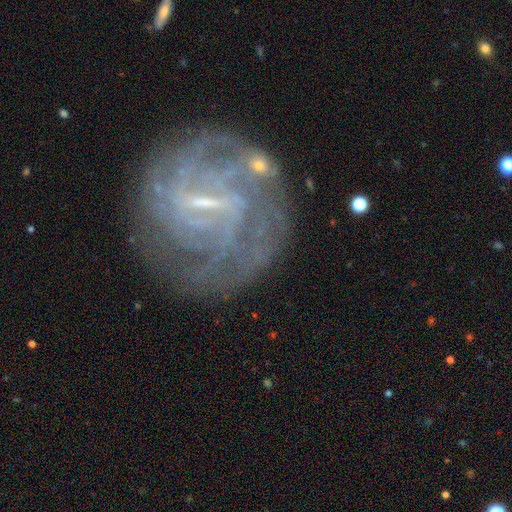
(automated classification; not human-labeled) Smooth or featured? Predicted: featured or disk (p=0.83). Edge-on disk? Predicted: no (p=0.96). Bar? Predicted: weak (p=0.47). Spiral arms? Predicted: yes (p=0.88). Spiral winding? Predicted: tight (p=0.66). Spiral arm count? Predicted: can't tell (p=0.42). Bulge size? Predicted: small (p=0.56). Merging? Predicted: none (p=0.70).